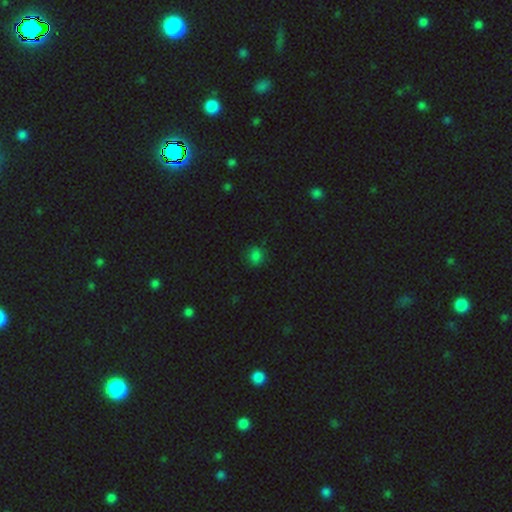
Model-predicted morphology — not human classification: Smooth or featured: smooth — 79% (star or artifact — 16%)
How rounded: round — 79% (in between — 20%)
Merging: none — 83% (minor disturbance — 12%)